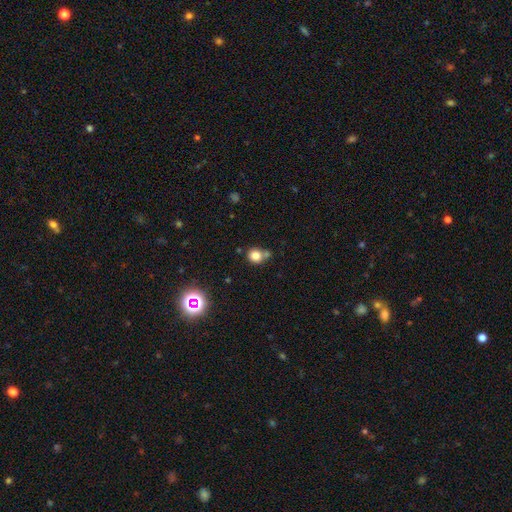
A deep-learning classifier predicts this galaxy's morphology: Smooth or featured: smooth — 79% (star or artifact — 13%)
How rounded: round — 83% (in between — 16%)
Merging: none — 59% (merger — 22%)